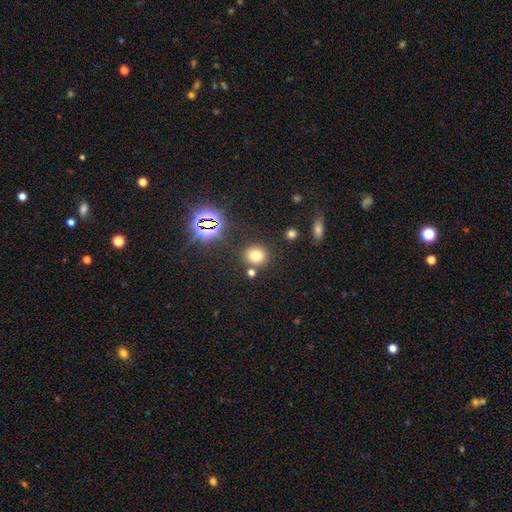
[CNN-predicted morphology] A smooth galaxy with no disk features (71%) that is round (81%).

Vote fractions:
- Smooth or featured? smooth: 71% / star or artifact: 20% / featured or disk: 9%
- How rounded? round: 81% / in between: 18% / cigar-shaped: 1%
- Merging? none: 80% / merger: 8% / minor disturbance: 8% / major disturbance: 3%